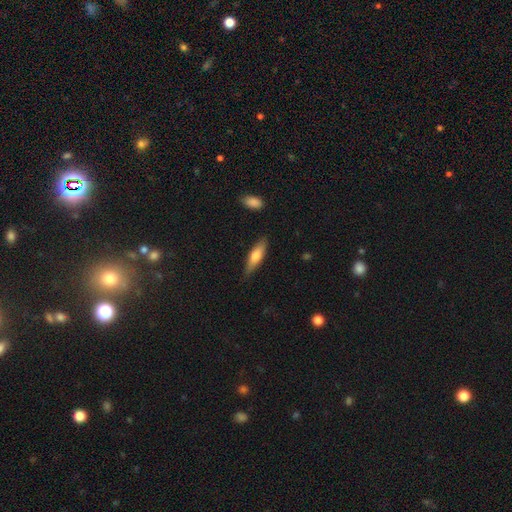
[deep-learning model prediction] This appears to be a smooth galaxy with no disk features (67%) that is cigar-shaped (60%). Merging: none (82%).